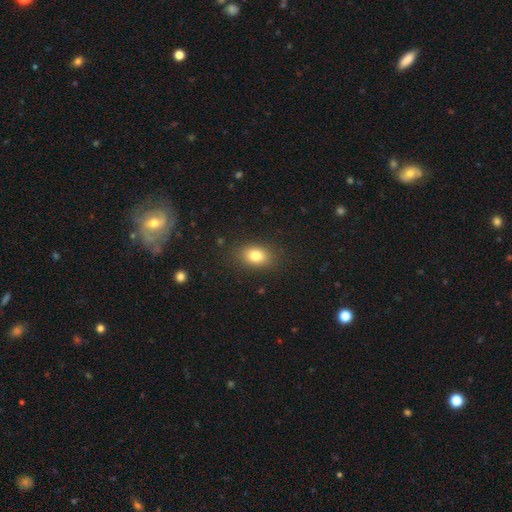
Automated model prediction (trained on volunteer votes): Smooth or featured? smooth (81%)
How rounded? in between (76%)
Merging? none (85%)